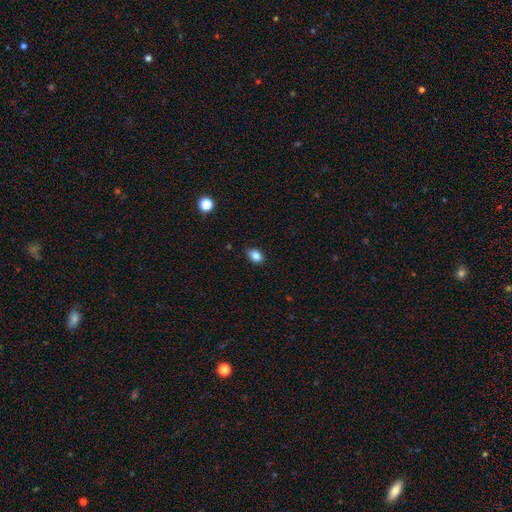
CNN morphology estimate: A smooth galaxy with no disk features (85%) that is in between round and cigar-shaped (64%). Merging: none (85%).